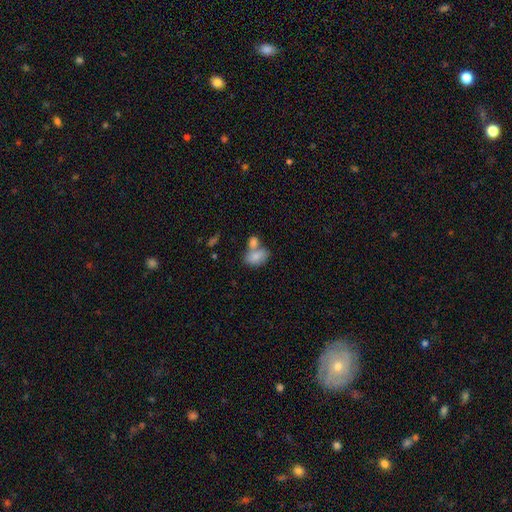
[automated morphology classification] smooth 80%, featured or disk 13%, star or artifact 8%. Down the decision tree: how rounded — in between (86%); merging — merger (50%).